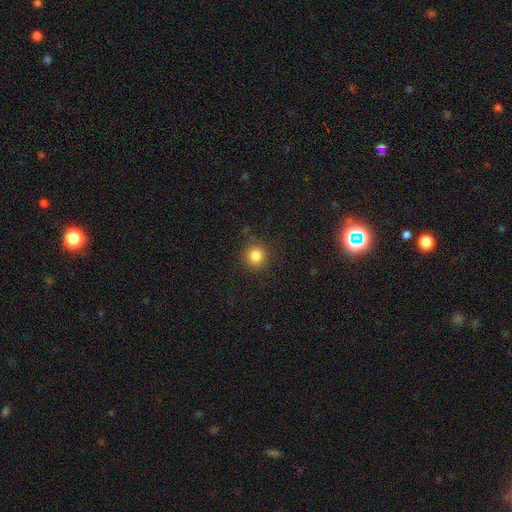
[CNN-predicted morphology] Smooth or featured? Predicted: smooth (p=0.84). How rounded? Predicted: round (p=0.93). Merging? Predicted: none (p=0.88).